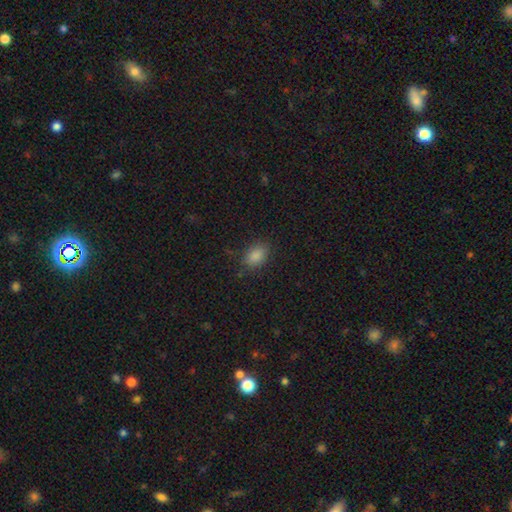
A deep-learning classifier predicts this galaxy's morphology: This appears to be a smooth galaxy with no disk features (86%) that is in between round and cigar-shaped (85%). Merging: none (81%).